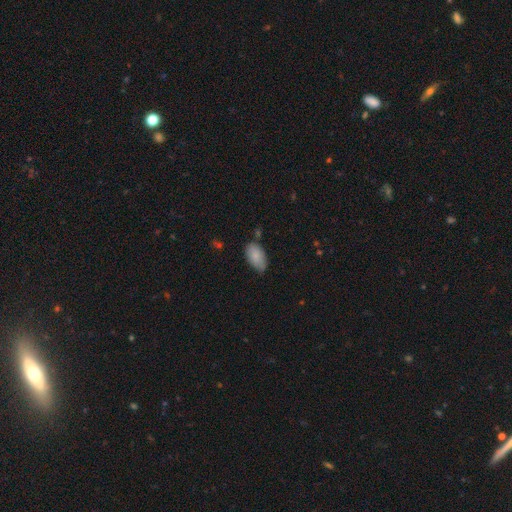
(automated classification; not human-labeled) Smooth or featured?
  - smooth: 84% *
  - featured or disk: 9%
  - star or artifact: 7%
How rounded?
  - in between: 94% *
  - round: 4%
  - cigar-shaped: 2%
Merging?
  - none: 60% *
  - minor disturbance: 32%
  - major disturbance: 5%
  - merger: 4%